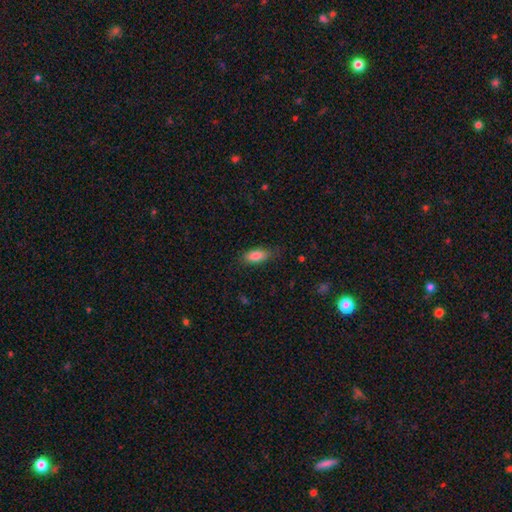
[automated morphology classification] The model was most divided on "merging": none: 77%, minor disturbance: 18%, major disturbance: 4%, merger: 1%. More confident: smooth or featured — smooth (85%); how rounded — in between (81%).